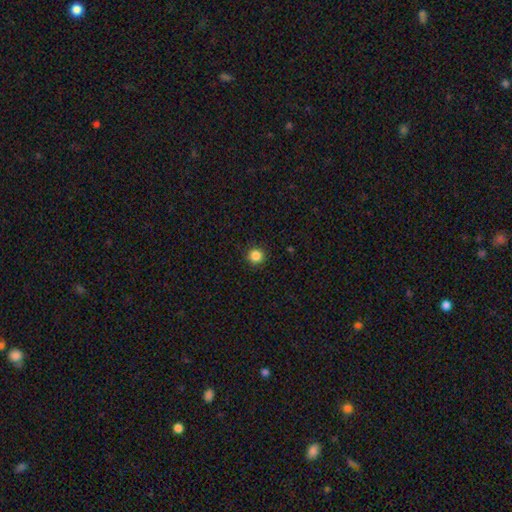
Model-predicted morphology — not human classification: Smooth or featured?
  - smooth: 85% *
  - star or artifact: 12%
  - featured or disk: 3%
How rounded?
  - round: 95% *
  - in between: 4%
  - cigar-shaped: 1%
Merging?
  - none: 92% *
  - minor disturbance: 5%
  - major disturbance: 2%
  - merger: 1%